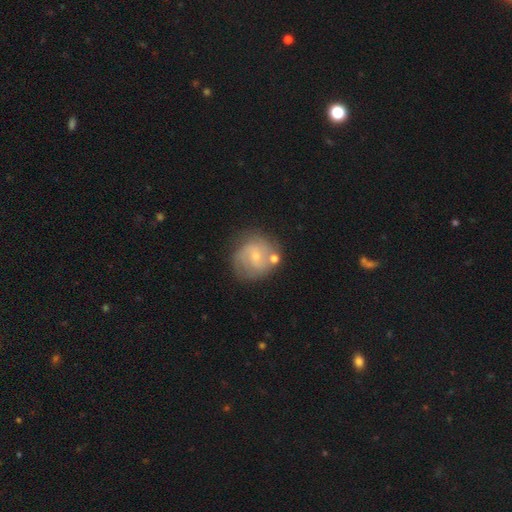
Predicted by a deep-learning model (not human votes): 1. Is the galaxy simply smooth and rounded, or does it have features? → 68% featured or disk, 25% smooth, 7% star or artifact.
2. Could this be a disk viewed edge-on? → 98% no, 2% yes.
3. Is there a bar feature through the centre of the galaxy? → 61% no, 34% weak, 5% strong.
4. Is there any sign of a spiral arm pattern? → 86% yes, 14% no.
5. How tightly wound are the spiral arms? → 47% tight, 39% medium, 15% loose.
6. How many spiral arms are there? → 36% 2, 30% can't tell, 19% 3, 6% 4, 5% 1, 4% more than 4.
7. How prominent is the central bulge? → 71% small, 25% moderate, 3% none, 1% large, 1% dominant.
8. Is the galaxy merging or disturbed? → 66% none, 18% minor disturbance, 10% merger, 7% major disturbance.